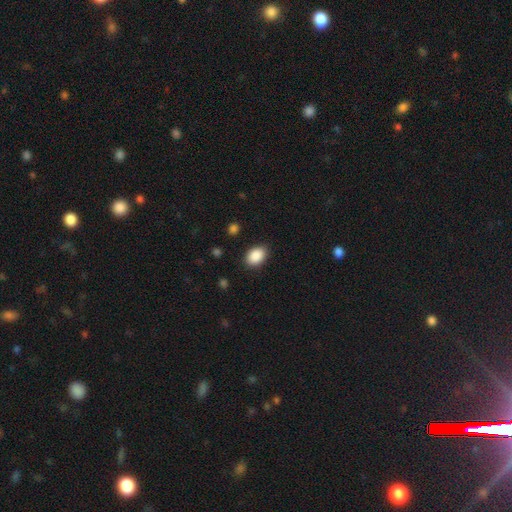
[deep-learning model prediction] smooth_or_featured: smooth (p=0.89) [alt: star or artifact p=0.07]
how_rounded: in between (p=0.80) [alt: round p=0.19]
merging: none (p=0.87) [alt: minor disturbance p=0.09]